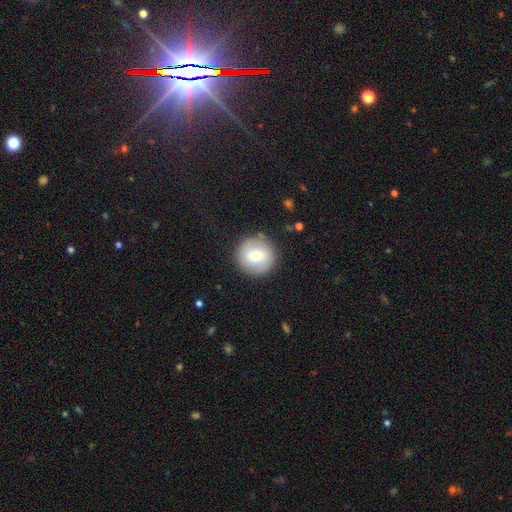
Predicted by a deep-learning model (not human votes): Q: Smooth or featured?
A: smooth (67%); runner-up: featured or disk (25%)
Q: How rounded?
A: round (94%); runner-up: in between (5%)
Q: Merging?
A: none (86%); runner-up: minor disturbance (9%)